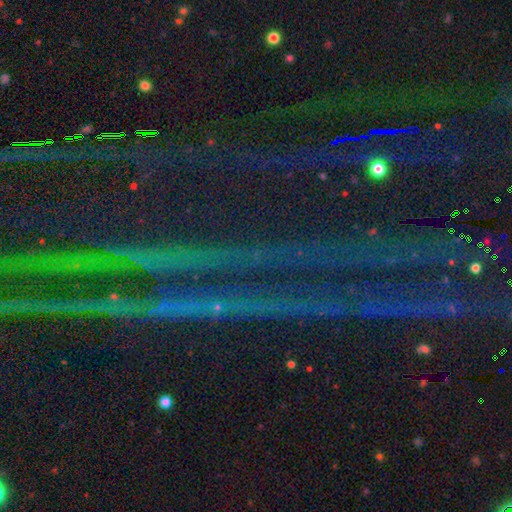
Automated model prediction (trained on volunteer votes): Smooth or featured: star or artifact — 89% (featured or disk — 6%)